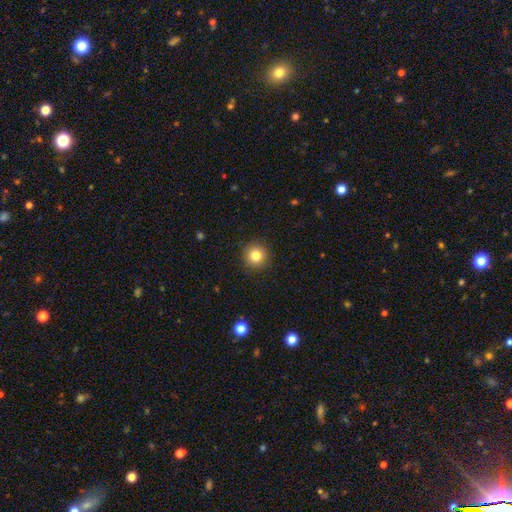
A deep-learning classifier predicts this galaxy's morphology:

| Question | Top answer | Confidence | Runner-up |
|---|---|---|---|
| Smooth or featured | smooth | 82% | star or artifact (11%) |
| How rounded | round | 95% | in between (4%) |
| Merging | none | 91% | minor disturbance (6%) |